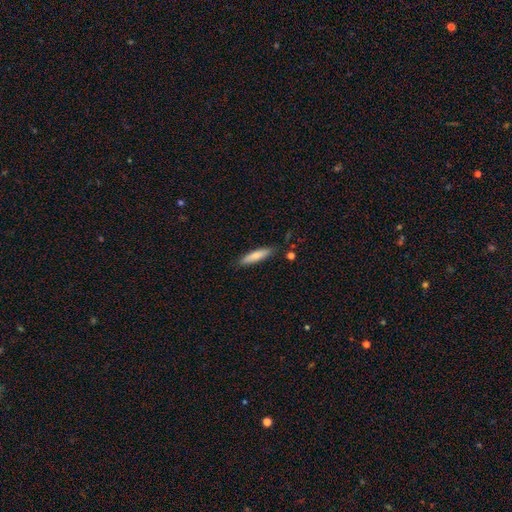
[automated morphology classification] Smooth or featured?
  - smooth: 74% *
  - featured or disk: 20%
  - star or artifact: 6%
How rounded?
  - cigar-shaped: 81% *
  - in between: 17%
  - round: 1%
Merging?
  - none: 85% *
  - minor disturbance: 11%
  - merger: 2%
  - major disturbance: 2%